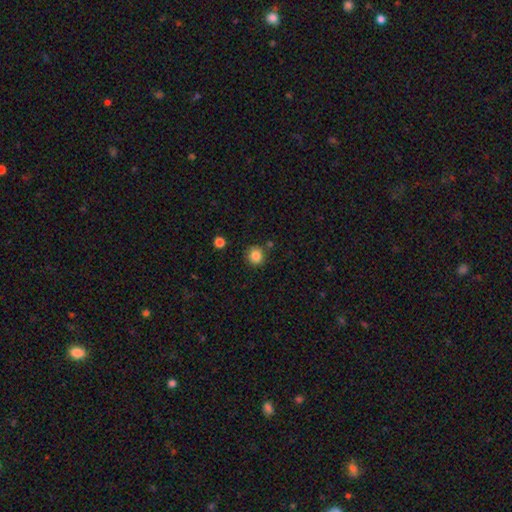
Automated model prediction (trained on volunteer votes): smooth_or_featured: smooth (p=0.85) [alt: star or artifact p=0.10]
how_rounded: round (p=0.90) [alt: in between p=0.09]
merging: none (p=0.84) [alt: minor disturbance p=0.09]